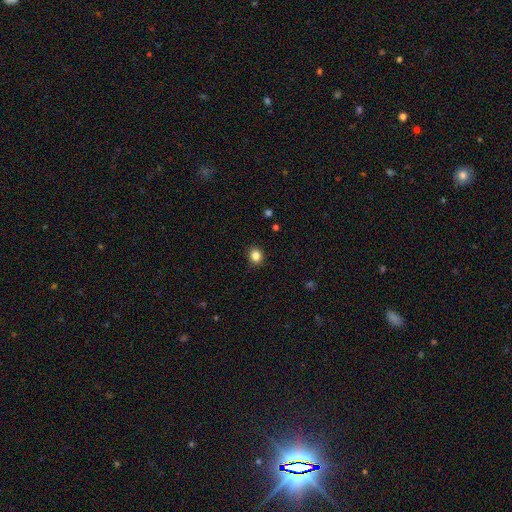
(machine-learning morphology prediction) Smooth or featured? Predicted: smooth (p=0.84). How rounded? Predicted: round (p=0.75). Merging? Predicted: none (p=0.90).